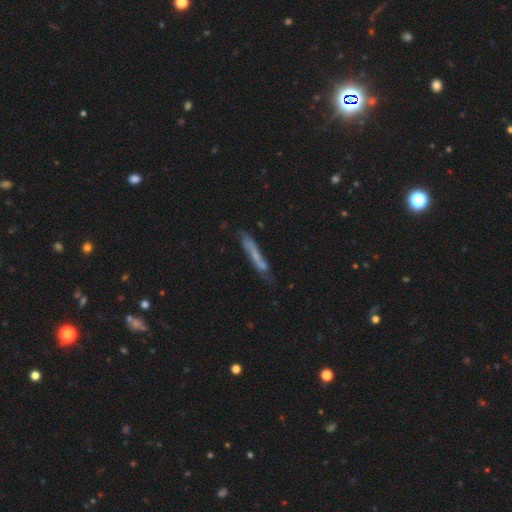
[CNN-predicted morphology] smooth-or-featured: smooth: 46% | featured or disk: 44% | star or artifact: 10%
  merging: none: 59% | minor disturbance: 24% | major disturbance: 10% | merger: 7%